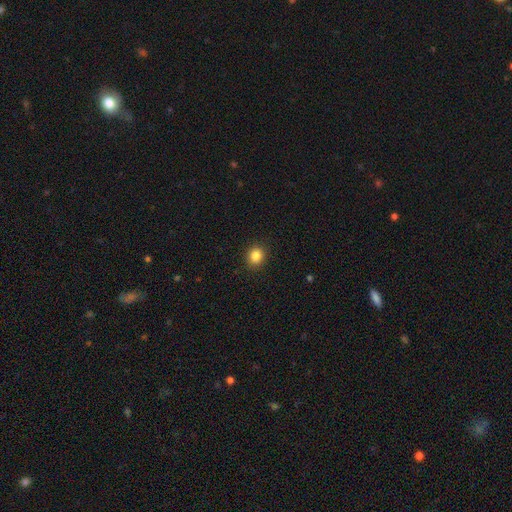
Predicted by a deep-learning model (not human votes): smooth 85%, star or artifact 11%, featured or disk 4%. Down the decision tree: how rounded — round (78%); merging — none (92%).